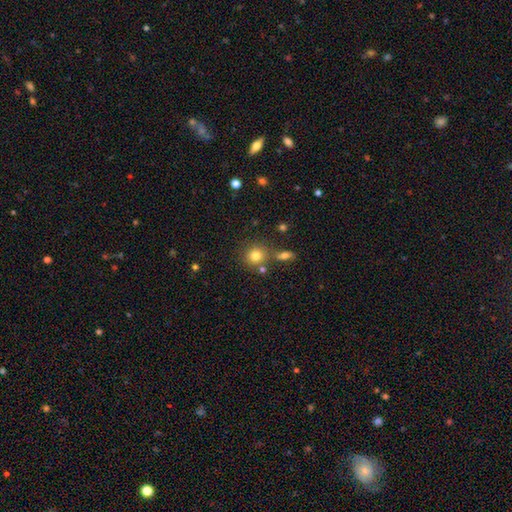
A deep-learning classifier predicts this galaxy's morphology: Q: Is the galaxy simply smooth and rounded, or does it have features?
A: smooth — 79%.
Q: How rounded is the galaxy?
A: round — 87%.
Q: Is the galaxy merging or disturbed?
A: none — 73%.